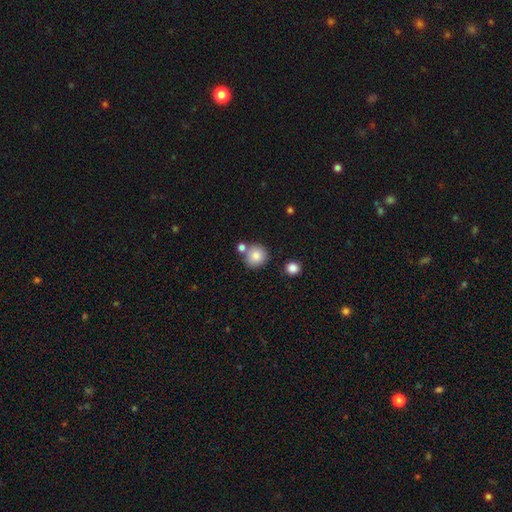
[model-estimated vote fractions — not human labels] The model was most divided on "merging": none: 70%, merger: 18%, minor disturbance: 10%, major disturbance: 3%. More confident: how rounded — round (92%); smooth or featured — smooth (83%).